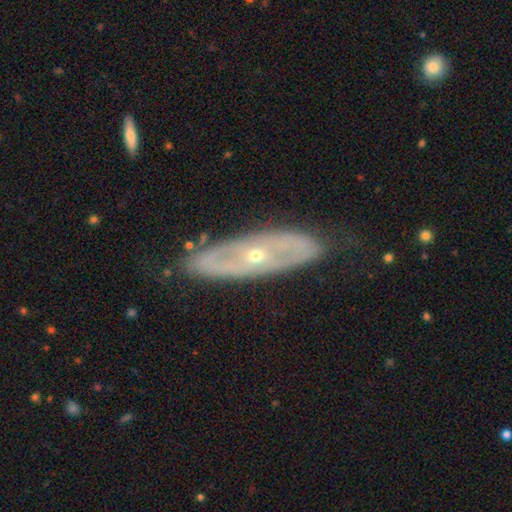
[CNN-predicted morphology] Smooth or featured?
  - featured or disk: 73% *
  - smooth: 21%
  - star or artifact: 6%
Edge-on disk?
  - no: 74% *
  - yes: 26%
Bar?
  - no: 84% *
  - weak: 11%
  - strong: 5%
Spiral arms?
  - no: 67% *
  - yes: 33%
Bulge size?
  - small: 65% *
  - moderate: 32%
  - large: 1%
  - none: 1%
  - dominant: 1%
Merging?
  - none: 80% *
  - minor disturbance: 13%
  - major disturbance: 5%
  - merger: 2%